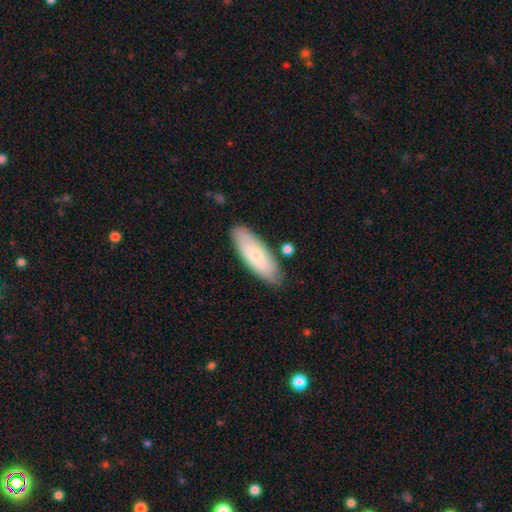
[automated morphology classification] smooth-or-featured: smooth: 70% | featured or disk: 25% | star or artifact: 6%
  how-rounded: in between: 60% | cigar-shaped: 38% | round: 2%
  merging: none: 81% | minor disturbance: 14% | merger: 3% | major disturbance: 2%